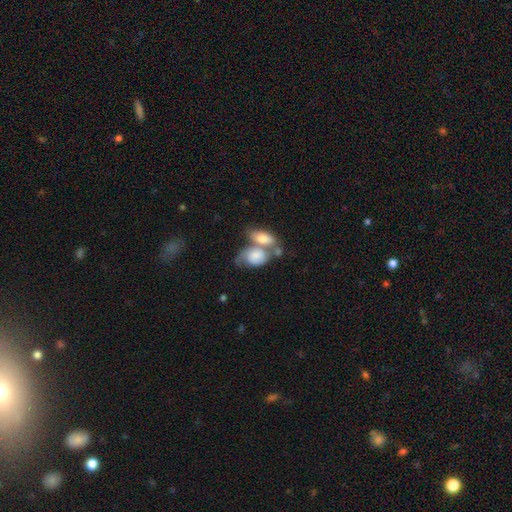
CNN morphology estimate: The model was most divided on "smooth or featured": smooth: 65%, featured or disk: 29%, star or artifact: 7%. More confident: how rounded — in between (83%); merging — merger (62%).